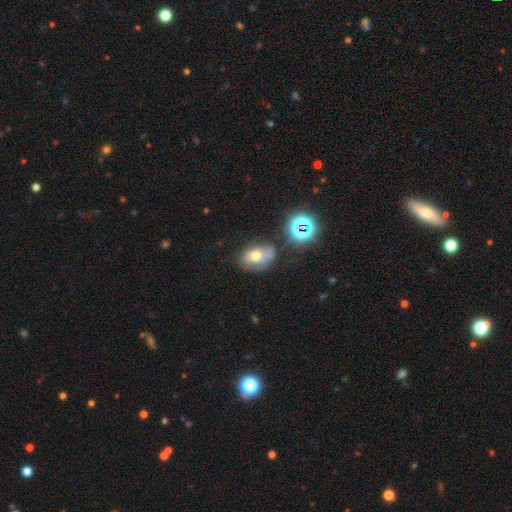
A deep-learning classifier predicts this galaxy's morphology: smooth 52%, featured or disk 31%, star or artifact 17%. Down the decision tree: how rounded — in between (75%); merging — none (49%).